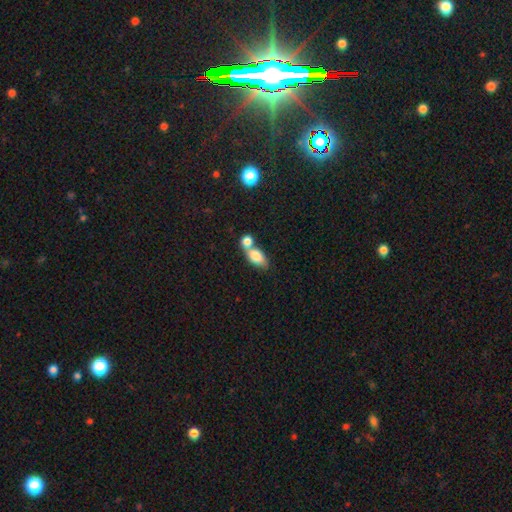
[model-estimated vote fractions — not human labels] Q: Smooth or featured?
A: smooth (80%); runner-up: featured or disk (13%)
Q: How rounded?
A: in between (82%); runner-up: round (12%)
Q: Merging?
A: merger (62%); runner-up: none (26%)